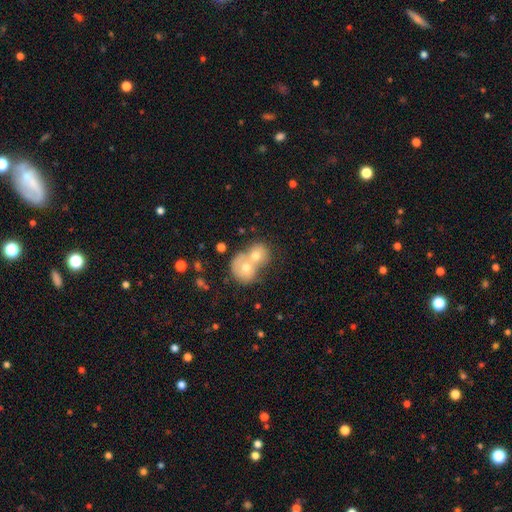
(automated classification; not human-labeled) Smooth or featured?
  - smooth: 65% *
  - featured or disk: 27%
  - star or artifact: 8%
How rounded?
  - round: 65% *
  - in between: 34%
  - cigar-shaped: 1%
Merging?
  - merger: 77% *
  - none: 15%
  - minor disturbance: 5%
  - major disturbance: 3%